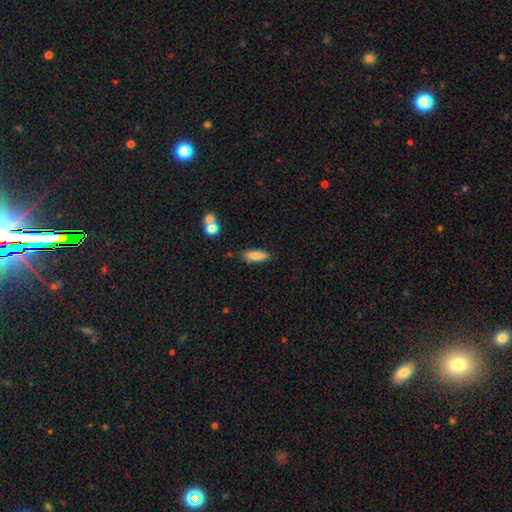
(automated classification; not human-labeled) The model was most divided on "how rounded": in between: 57%, cigar-shaped: 40%, round: 2%. More confident: smooth or featured — smooth (82%); merging — none (76%).